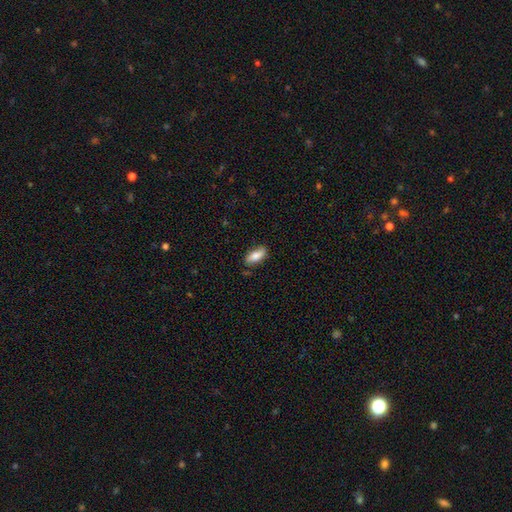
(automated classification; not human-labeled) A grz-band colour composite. It shows a smooth galaxy with no disk features (80%) that is in between round and cigar-shaped (83%). Merging: none (78%).